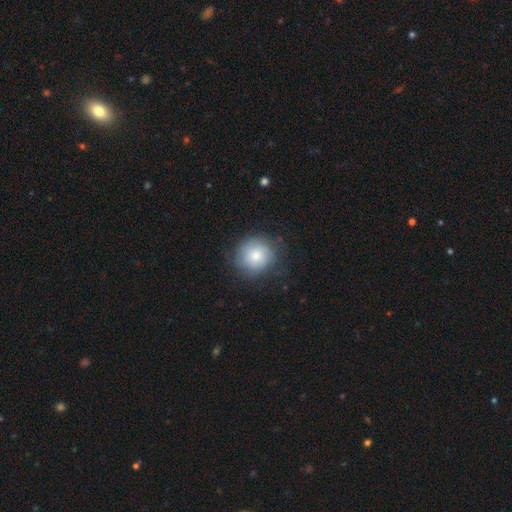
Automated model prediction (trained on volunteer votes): Smooth or featured? Predicted: smooth (p=0.74). How rounded? Predicted: round (p=0.89). Merging? Predicted: none (p=0.74).